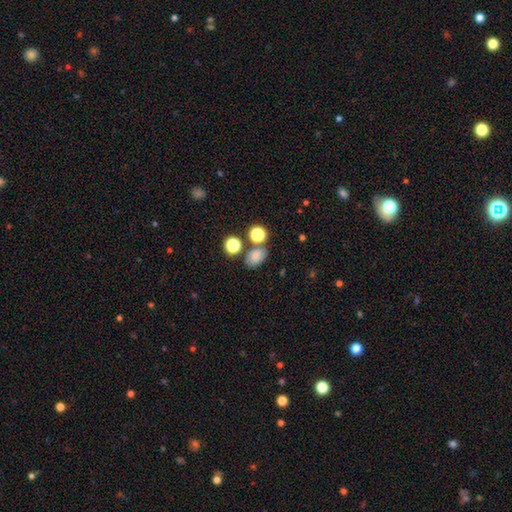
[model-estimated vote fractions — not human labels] This appears to be a smooth galaxy with no disk features (73%) that is in between round and cigar-shaped (69%). Merging: none (61%).